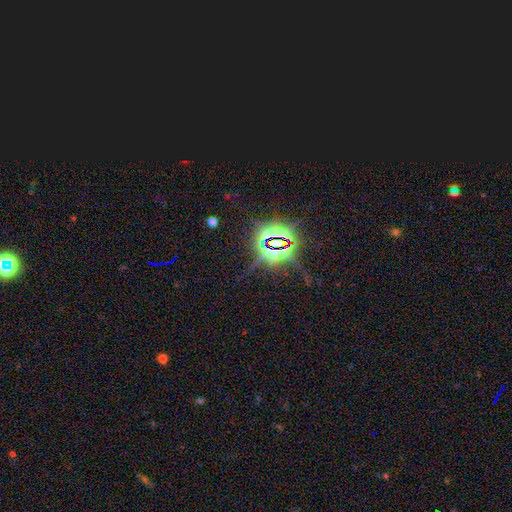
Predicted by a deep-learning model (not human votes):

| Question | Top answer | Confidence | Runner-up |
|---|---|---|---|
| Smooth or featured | star or artifact | 86% | featured or disk (8%) |